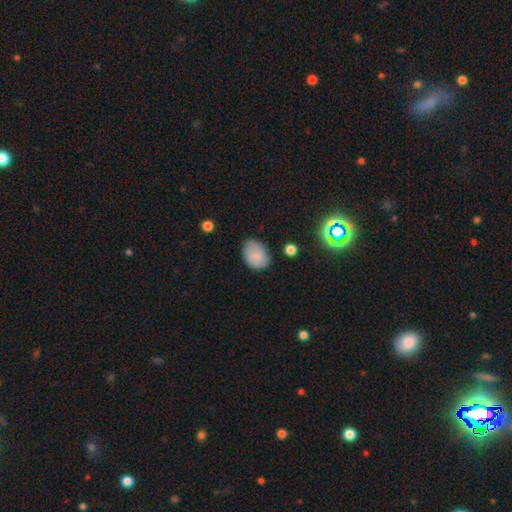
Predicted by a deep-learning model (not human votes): smooth_or_featured: smooth (p=0.83) [alt: featured or disk p=0.09]
how_rounded: in between (p=0.76) [alt: round p=0.23]
merging: none (p=0.72) [alt: minor disturbance p=0.21]